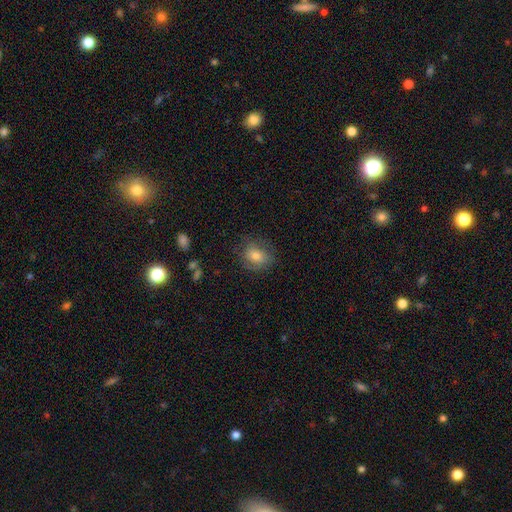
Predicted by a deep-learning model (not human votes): smooth-or-featured: smooth: 75% | featured or disk: 15% | star or artifact: 9%
  how-rounded: round: 53% | in between: 46% | cigar-shaped: 1%
  merging: none: 72% | minor disturbance: 19% | major disturbance: 7% | merger: 1%